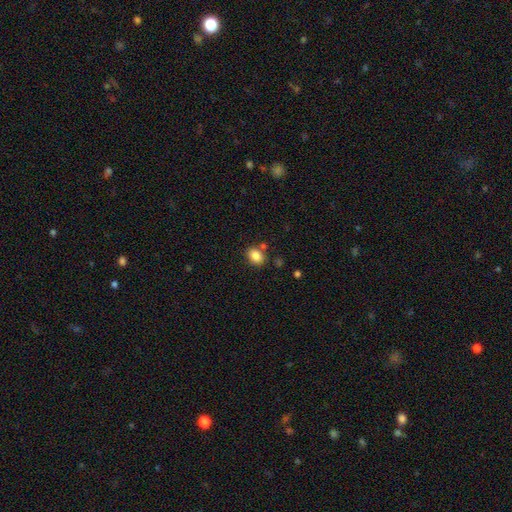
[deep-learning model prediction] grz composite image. It shows a smooth galaxy with no disk features (85%) that is in between round and cigar-shaped (59%). Merging: none (77%).